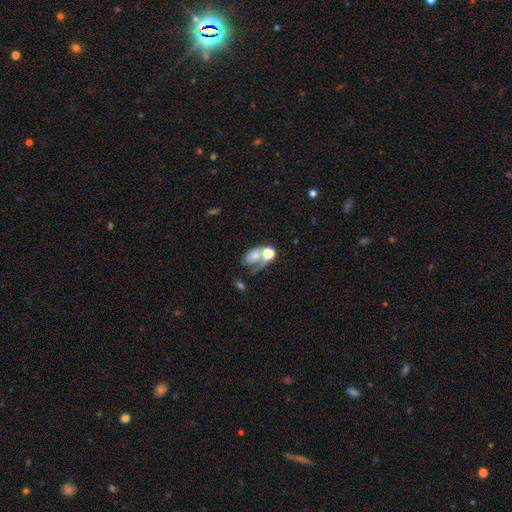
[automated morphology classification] A smooth galaxy with no disk features (45%).

Vote fractions:
- Smooth or featured? smooth: 45% / featured or disk: 42% / star or artifact: 13%
- Merging? merger: 38% / none: 24% / major disturbance: 24% / minor disturbance: 13%